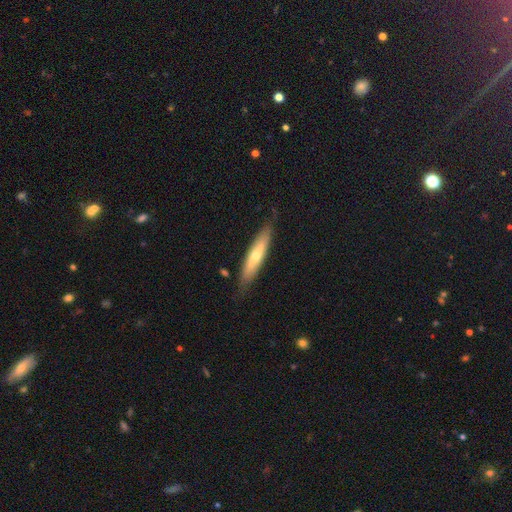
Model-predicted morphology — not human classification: type=smooth (50%); roundness=cigar-shaped (82%); merging=none (81%).